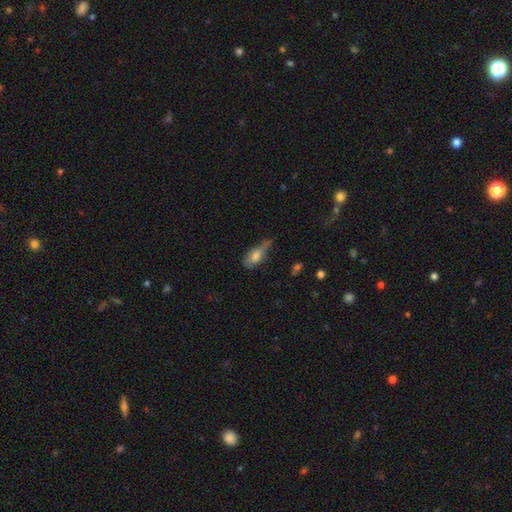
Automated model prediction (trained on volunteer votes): Smooth or featured? smooth (67%)
How rounded? in between (79%)
Merging? minor disturbance (40%)